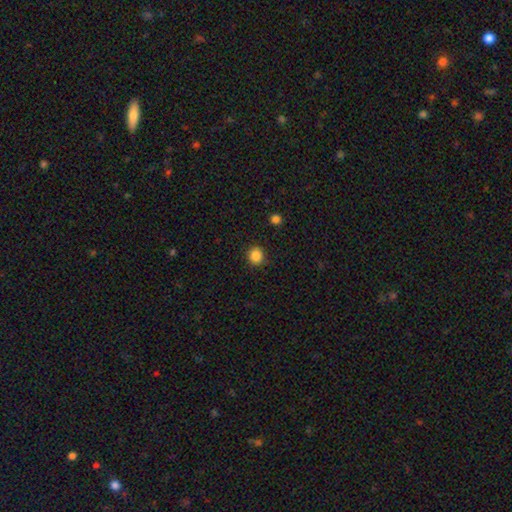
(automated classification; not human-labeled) This is clearly a smooth galaxy (86%). How rounded: clearly round (90%). Merging: clearly none (90%).